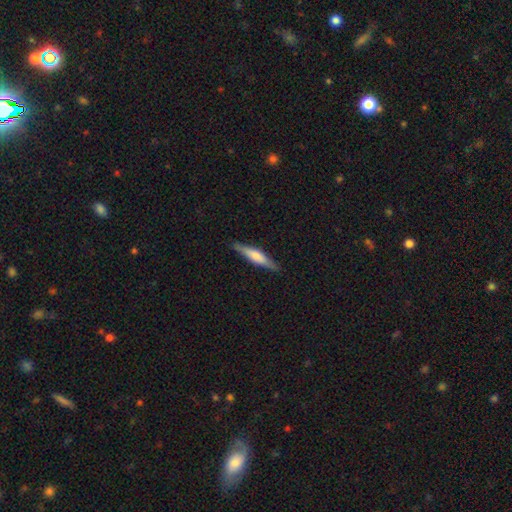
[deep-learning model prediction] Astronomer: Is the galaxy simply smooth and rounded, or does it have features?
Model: featured or disk — 49% (runner-up: smooth, 45%).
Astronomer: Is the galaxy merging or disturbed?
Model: none — 87%.